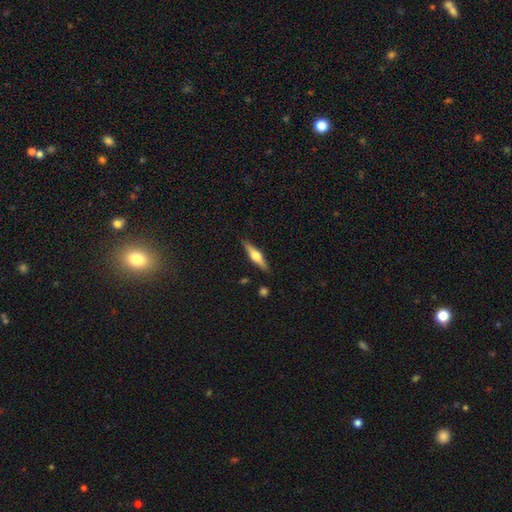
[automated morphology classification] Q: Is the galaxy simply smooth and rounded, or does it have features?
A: featured or disk — 63%.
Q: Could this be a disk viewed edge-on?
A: yes — 97%.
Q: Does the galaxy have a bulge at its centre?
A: rounded — 93%.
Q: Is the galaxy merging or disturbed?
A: none — 88%.